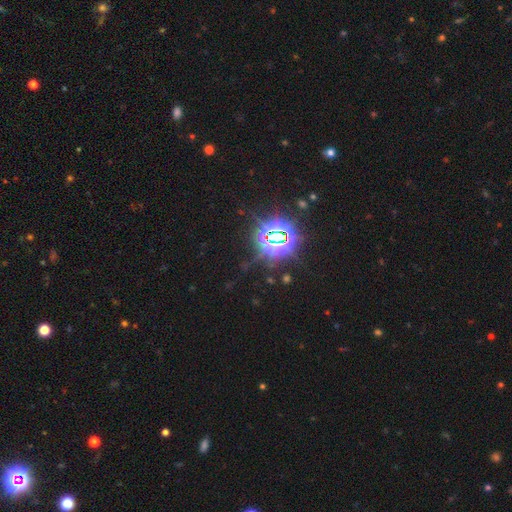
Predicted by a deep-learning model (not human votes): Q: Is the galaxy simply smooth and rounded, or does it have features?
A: star or artifact — 80%.